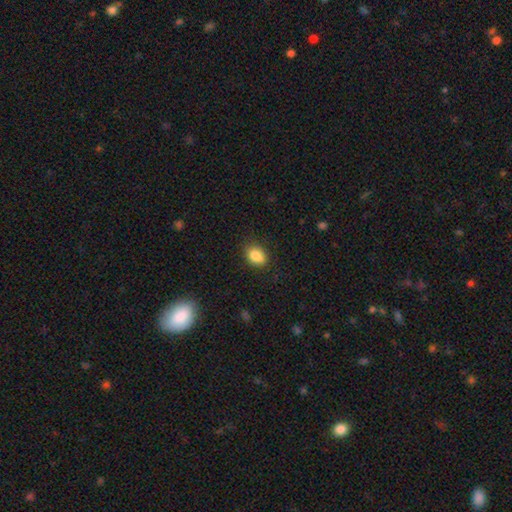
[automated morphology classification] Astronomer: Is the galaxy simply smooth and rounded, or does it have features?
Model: smooth — 84%.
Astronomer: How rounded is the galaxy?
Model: in between — 68%.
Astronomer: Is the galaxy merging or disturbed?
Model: none — 75%.